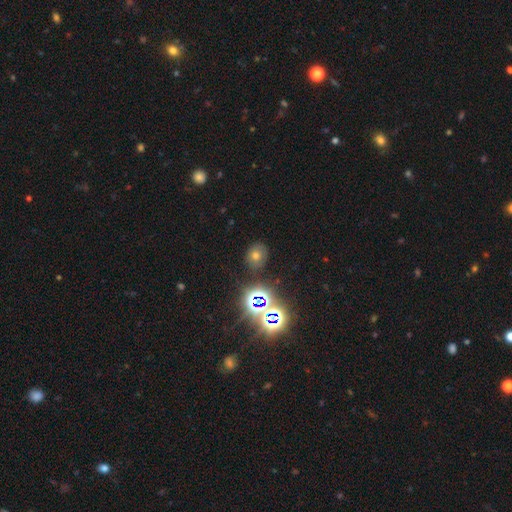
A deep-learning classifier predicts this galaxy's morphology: Smooth or featured? smooth (46%)
Merging? none (82%)